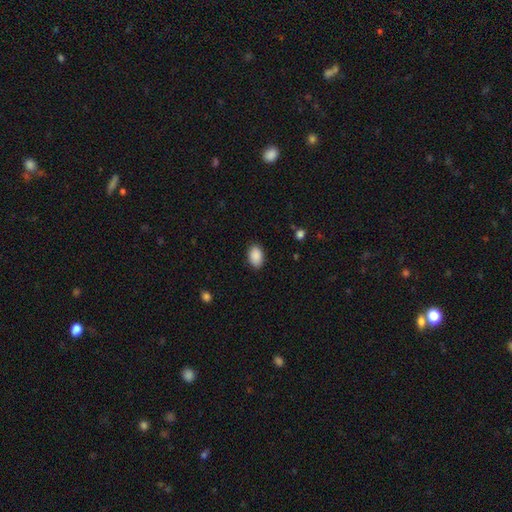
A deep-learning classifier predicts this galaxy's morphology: smooth_or_featured: smooth (p=0.90) [alt: star or artifact p=0.07]
how_rounded: in between (p=0.87) [alt: round p=0.12]
merging: none (p=0.87) [alt: minor disturbance p=0.10]